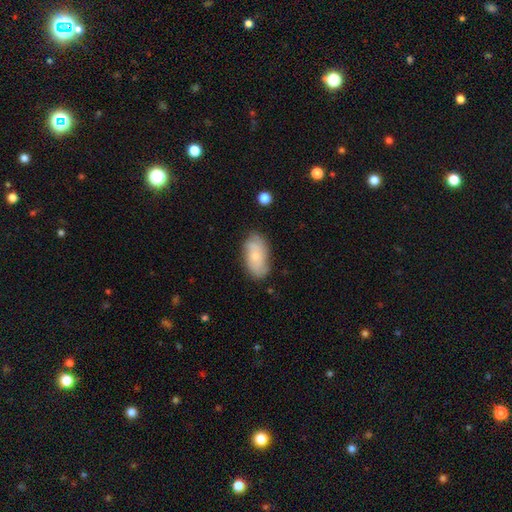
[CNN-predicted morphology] This is possibly a smooth galaxy (53%). How rounded: clearly in between (91%). Merging: likely none (75%).